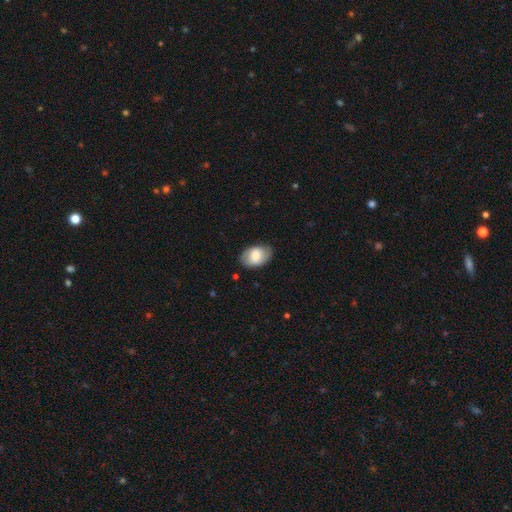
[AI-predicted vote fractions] Overall: smooth (67%). How rounded: in between (87%). Merging: none (78%).